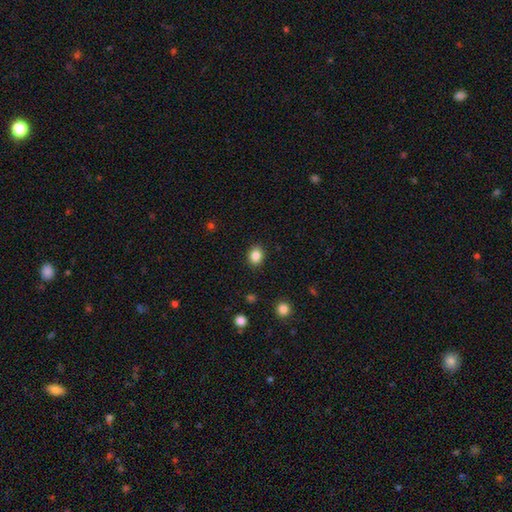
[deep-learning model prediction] smooth 85%, star or artifact 10%, featured or disk 5%. Down the decision tree: how rounded — round (54%); merging — none (89%).